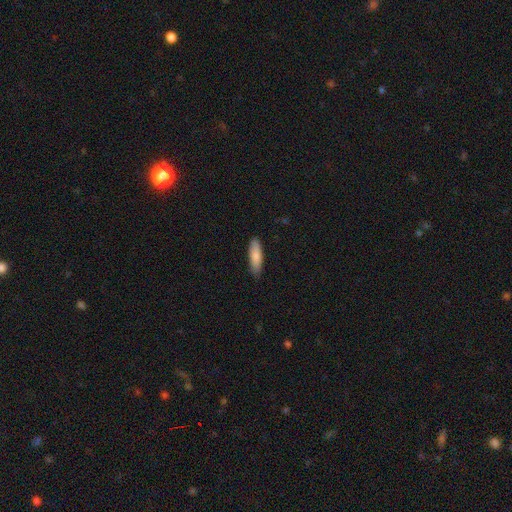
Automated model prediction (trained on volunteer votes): A smooth galaxy with no disk features (83%) that is cigar-shaped (58%).

Vote fractions:
- Smooth or featured? smooth: 83% / featured or disk: 12% / star or artifact: 5%
- How rounded? cigar-shaped: 58% / in between: 41% / round: 2%
- Merging? none: 85% / minor disturbance: 12% / major disturbance: 2% / merger: 1%